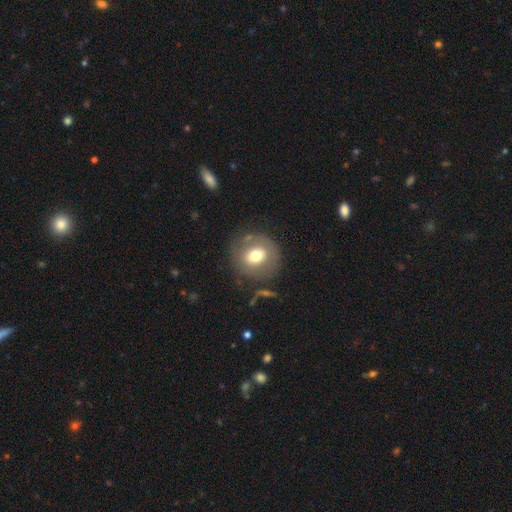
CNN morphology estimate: Smooth or featured? smooth (65%)
How rounded? round (86%)
Merging? none (78%)